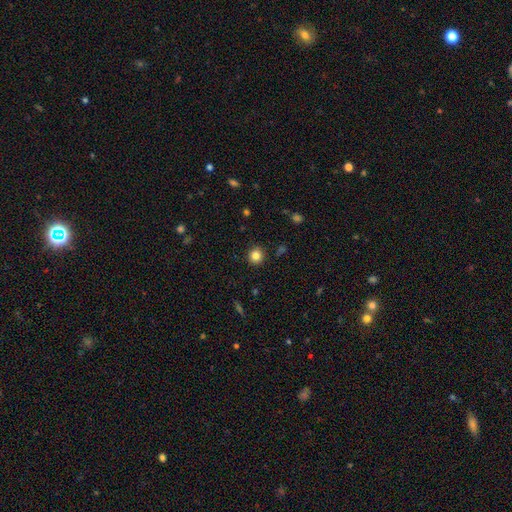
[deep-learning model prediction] Morphology: type=smooth (83%); roundness=round (92%); merging=none (91%).